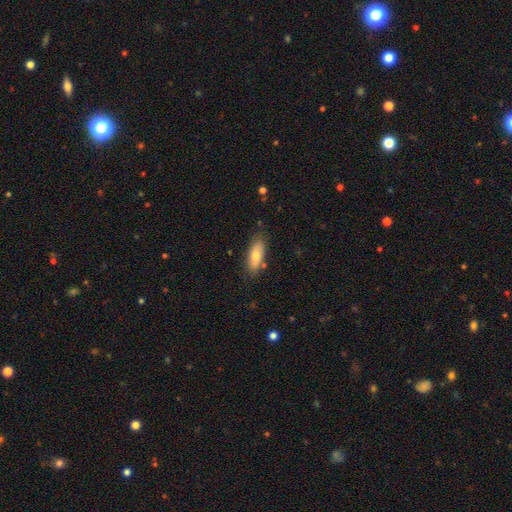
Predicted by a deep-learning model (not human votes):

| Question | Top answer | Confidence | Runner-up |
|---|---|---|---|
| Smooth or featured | smooth | 72% | featured or disk (22%) |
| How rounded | in between | 75% | cigar-shaped (23%) |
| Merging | none | 80% | minor disturbance (14%) |